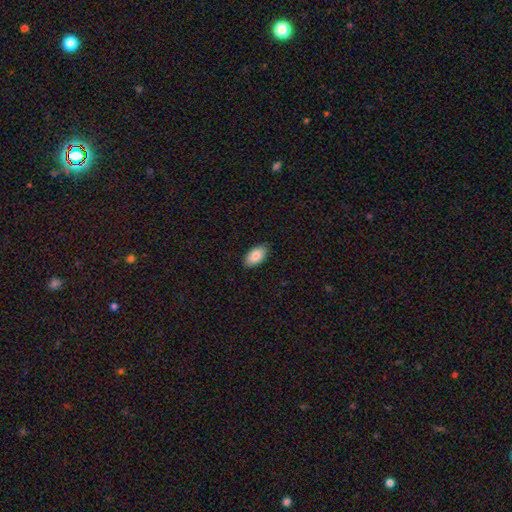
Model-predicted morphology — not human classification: The model was most divided on "merging": none: 86%, minor disturbance: 11%, major disturbance: 2%, merger: 1%. More confident: how rounded — in between (95%); smooth or featured — smooth (85%).